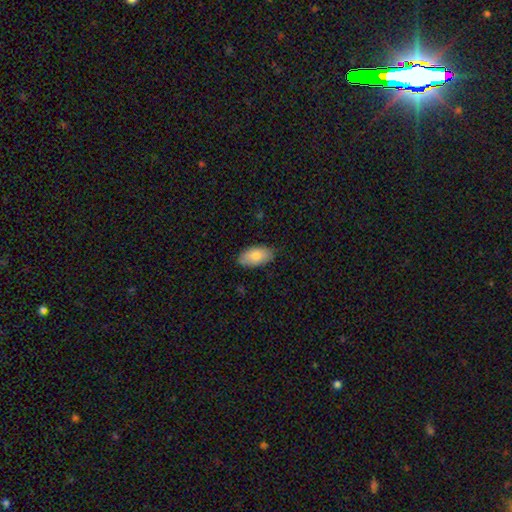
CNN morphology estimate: type=smooth (82%); roundness=in between (95%); merging=none (78%).